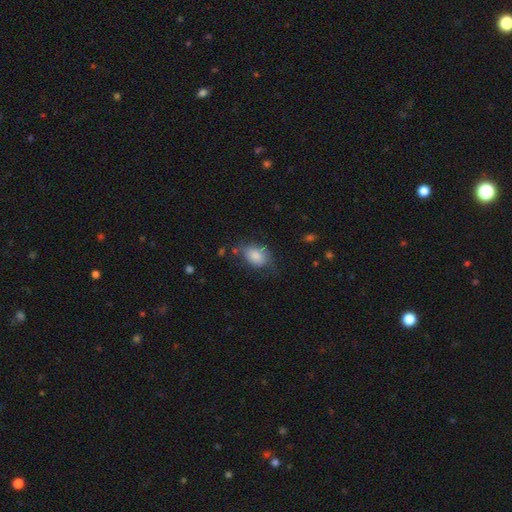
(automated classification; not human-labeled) A smooth galaxy with no disk features (81%) that is in between round and cigar-shaped (76%).

Vote fractions:
- Smooth or featured? smooth: 81% / featured or disk: 11% / star or artifact: 7%
- How rounded? in between: 76% / round: 23% / cigar-shaped: 1%
- Merging? none: 51% / minor disturbance: 32% / major disturbance: 14% / merger: 3%